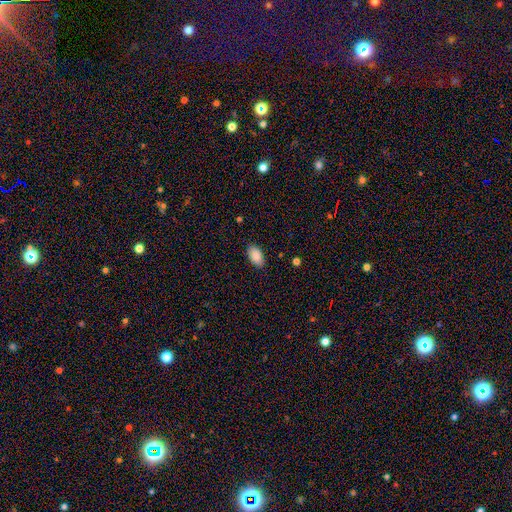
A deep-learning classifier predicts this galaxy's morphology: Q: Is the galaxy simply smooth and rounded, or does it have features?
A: smooth — 89%.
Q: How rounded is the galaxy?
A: in between — 94%.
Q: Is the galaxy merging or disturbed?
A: none — 86%.